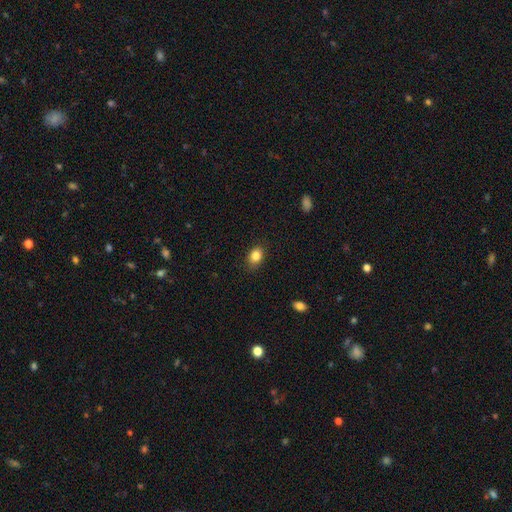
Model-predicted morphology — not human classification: The model was most divided on "how rounded": in between: 70%, round: 29%, cigar-shaped: 1%. More confident: smooth or featured — smooth (84%); merging — none (84%).